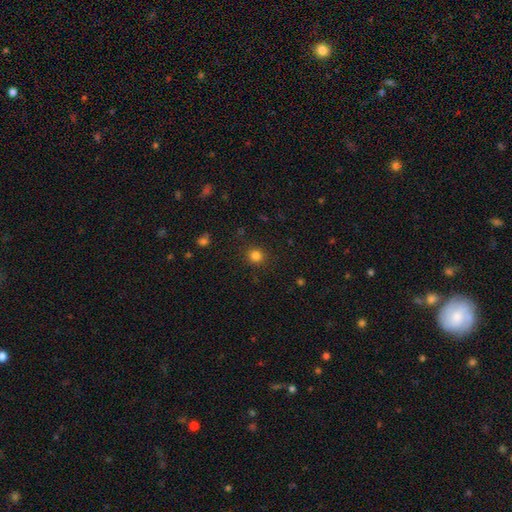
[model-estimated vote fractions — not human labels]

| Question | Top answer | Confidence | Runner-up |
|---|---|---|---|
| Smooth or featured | smooth | 83% | star or artifact (13%) |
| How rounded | round | 90% | in between (9%) |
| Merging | none | 90% | minor disturbance (7%) |